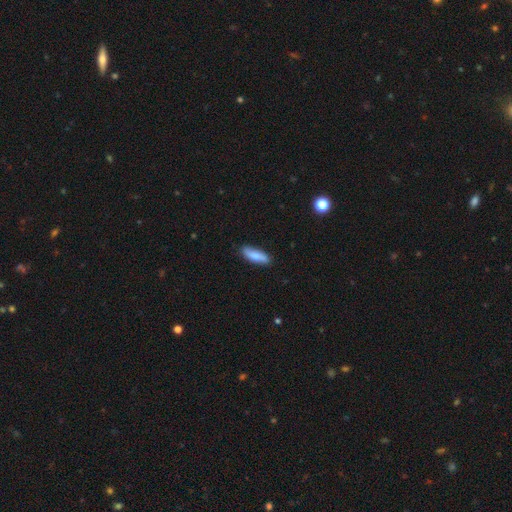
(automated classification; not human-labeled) Q: Smooth or featured?
A: smooth (73%); runner-up: featured or disk (21%)
Q: How rounded?
A: in between (49%); tied with: cigar-shaped (49%)
Q: Merging?
A: none (84%); runner-up: minor disturbance (12%)